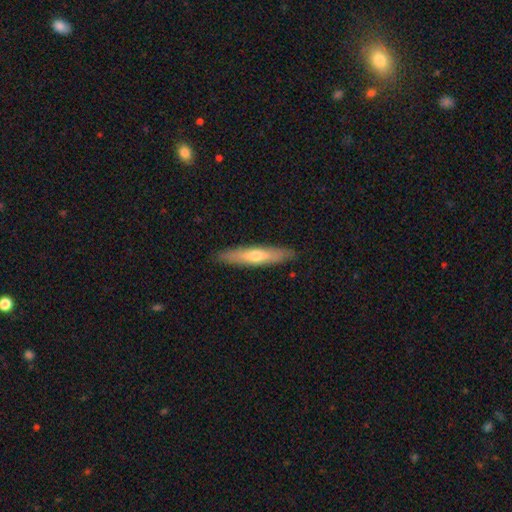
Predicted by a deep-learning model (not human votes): Overall: smooth (50%; featured or disk 45%). Merging: none (89%).